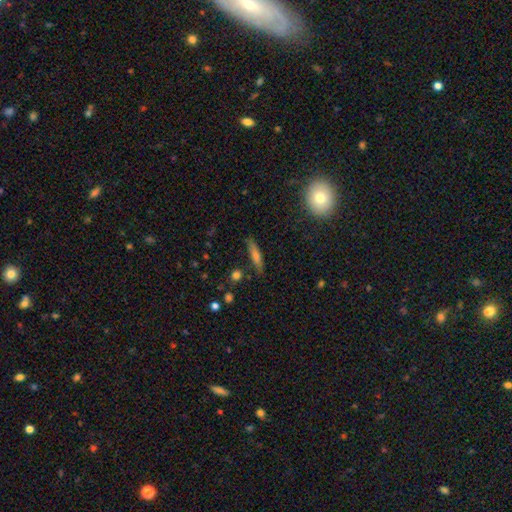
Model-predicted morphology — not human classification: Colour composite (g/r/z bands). It shows a smooth galaxy with no disk features (51%) that is cigar-shaped (78%). Merging: none (84%).